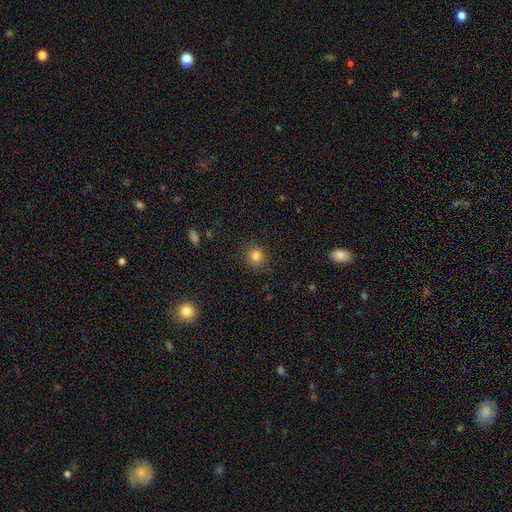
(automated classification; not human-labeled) This is clearly a smooth galaxy (82%). How rounded: clearly round (85%). Merging: clearly none (88%).